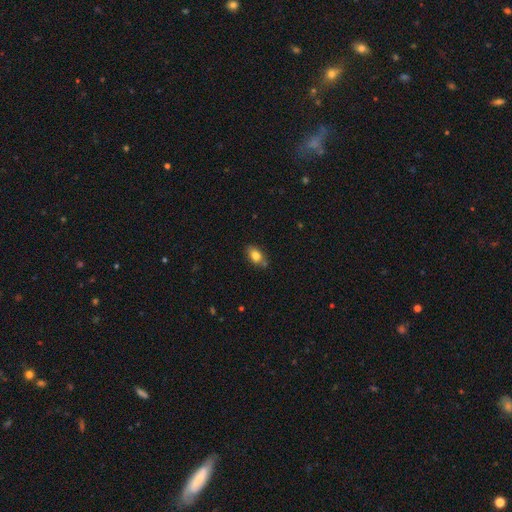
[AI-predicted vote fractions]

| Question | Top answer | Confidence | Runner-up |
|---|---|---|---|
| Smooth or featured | smooth | 79% | featured or disk (12%) |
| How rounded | in between | 86% | round (11%) |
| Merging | none | 72% | minor disturbance (18%) |